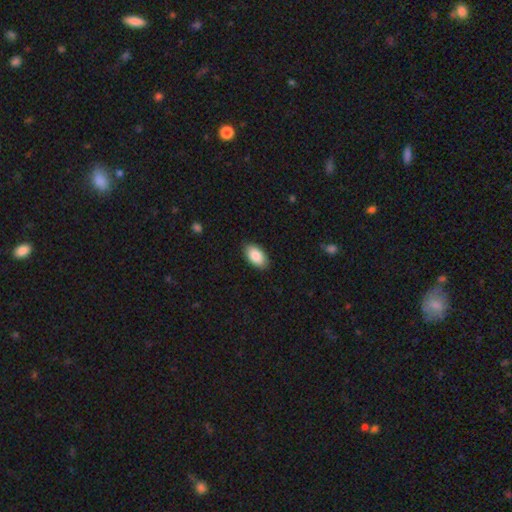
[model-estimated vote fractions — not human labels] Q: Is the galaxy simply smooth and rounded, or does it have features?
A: smooth — 87%.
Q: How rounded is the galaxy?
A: in between — 95%.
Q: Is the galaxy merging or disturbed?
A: none — 89%.